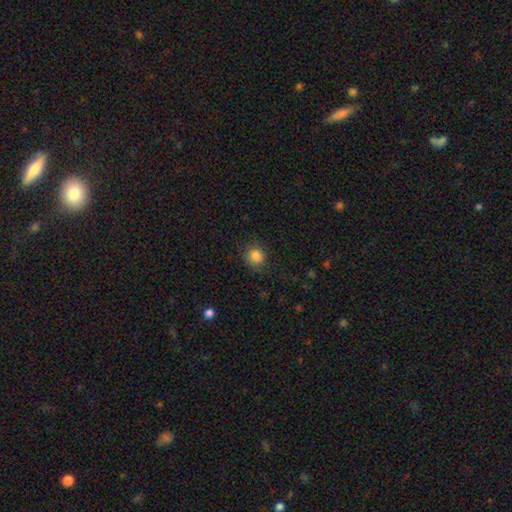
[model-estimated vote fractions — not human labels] Smooth or featured? Predicted: smooth (p=0.85). How rounded? Predicted: round (p=0.82). Merging? Predicted: none (p=0.84).